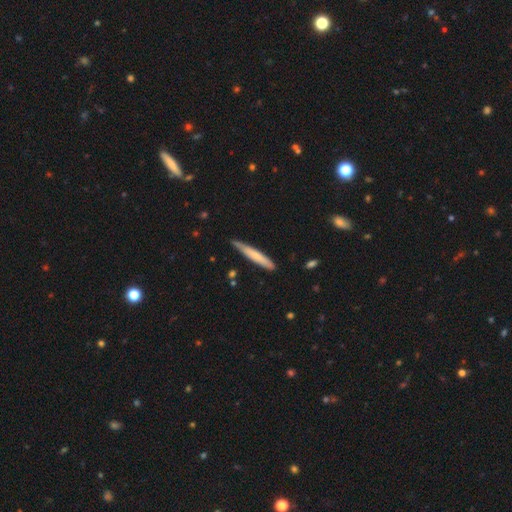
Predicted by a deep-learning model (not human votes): smooth 63%, featured or disk 31%, star or artifact 5%. Down the decision tree: how rounded — cigar-shaped (94%); merging — none (77%).